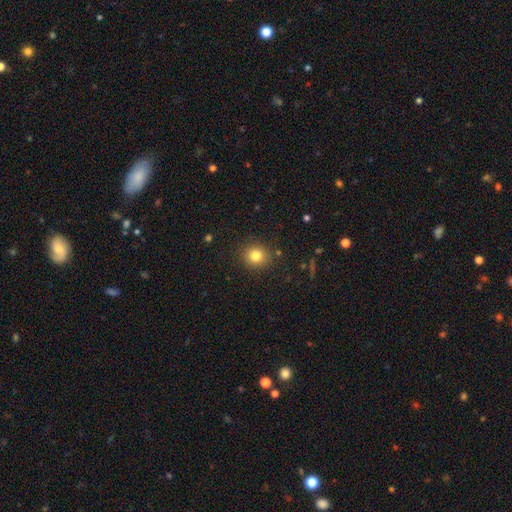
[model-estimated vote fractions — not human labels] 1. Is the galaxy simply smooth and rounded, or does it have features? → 81% smooth, 12% star or artifact, 7% featured or disk.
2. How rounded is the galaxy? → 87% round, 12% in between, 1% cigar-shaped.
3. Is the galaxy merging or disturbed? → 88% none, 7% minor disturbance, 3% major disturbance, 2% merger.